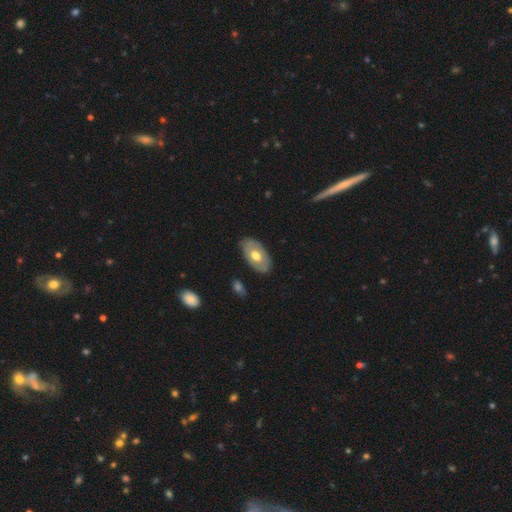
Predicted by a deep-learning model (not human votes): smooth-or-featured: smooth: 50% | featured or disk: 44% | star or artifact: 5%
  how-rounded: in between: 92% | round: 6% | cigar-shaped: 2%
  merging: none: 82% | minor disturbance: 14% | major disturbance: 3% | merger: 1%